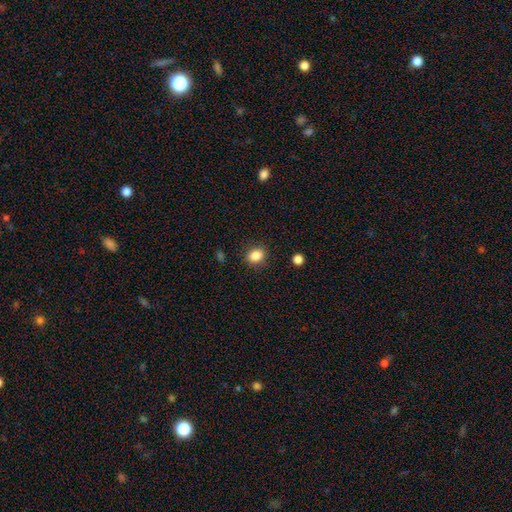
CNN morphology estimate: Overall: smooth (86%). How rounded: round (50%; in between 49%). Merging: none (87%).